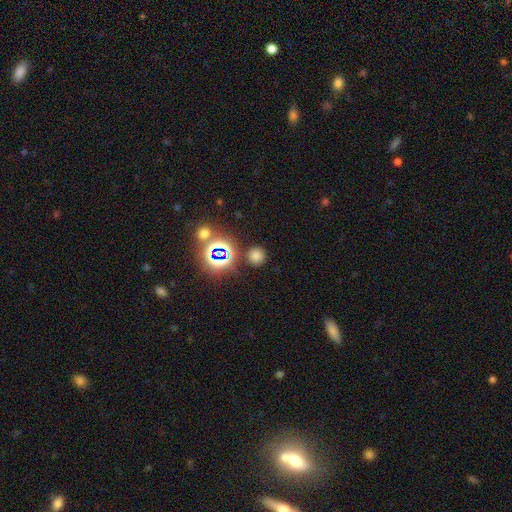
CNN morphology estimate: Q: Smooth or featured?
A: smooth (67%); runner-up: star or artifact (27%)
Q: How rounded?
A: round (92%); runner-up: in between (7%)
Q: Merging?
A: none (84%); runner-up: minor disturbance (8%)